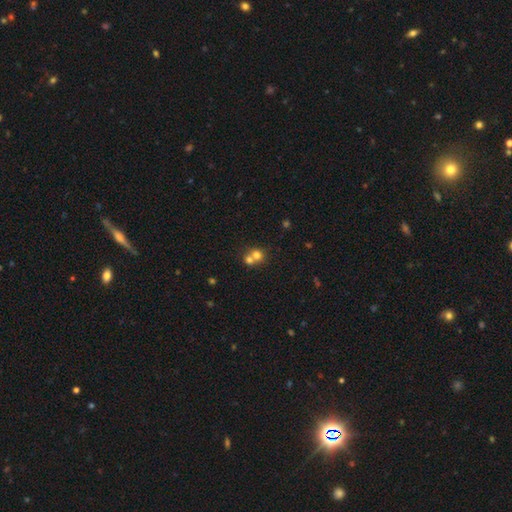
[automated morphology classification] Q: Smooth or featured?
A: smooth (71%); runner-up: featured or disk (16%)
Q: How rounded?
A: round (81%); runner-up: in between (18%)
Q: Merging?
A: merger (60%); runner-up: none (33%)